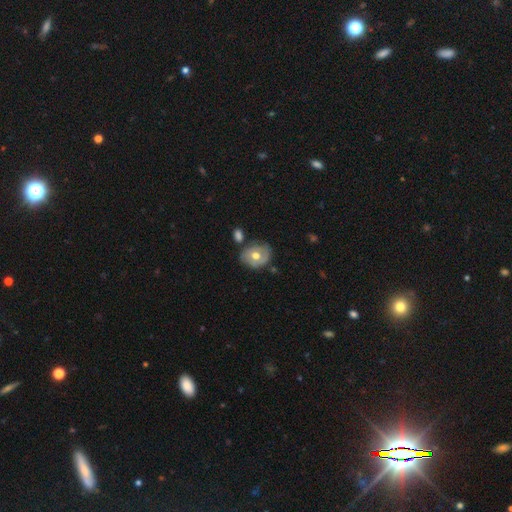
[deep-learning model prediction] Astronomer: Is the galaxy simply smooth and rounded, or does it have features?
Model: smooth — 49% (runner-up: featured or disk, 44%).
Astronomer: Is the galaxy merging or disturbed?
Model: none — 64%.